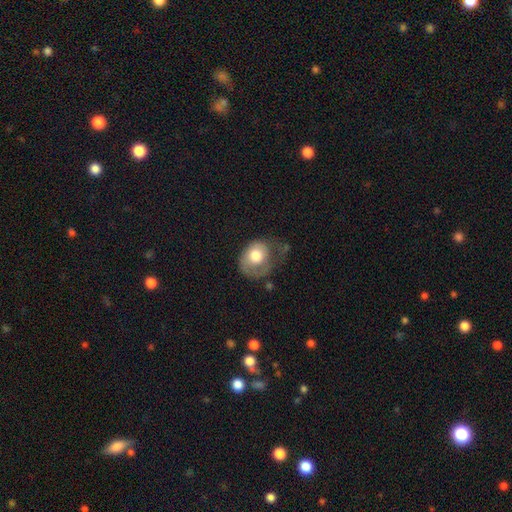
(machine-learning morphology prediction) smooth-or-featured: smooth: 62% | featured or disk: 31% | star or artifact: 6%
  how-rounded: round: 53% | in between: 47% | cigar-shaped: 1%
  merging: major disturbance: 36% | none: 31% | minor disturbance: 30% | merger: 3%